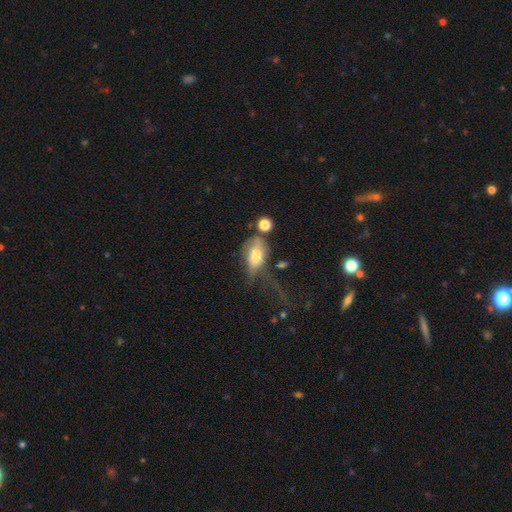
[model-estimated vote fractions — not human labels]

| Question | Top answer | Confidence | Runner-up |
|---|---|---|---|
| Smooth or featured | smooth | 65% | featured or disk (26%) |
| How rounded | in between | 85% | round (11%) |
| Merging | major disturbance | 46% | none (20%) |